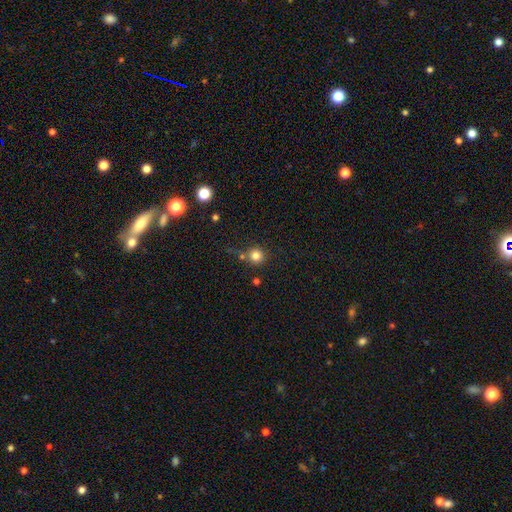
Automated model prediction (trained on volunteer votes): Smooth or featured? smooth (81%)
How rounded? round (94%)
Merging? none (74%)